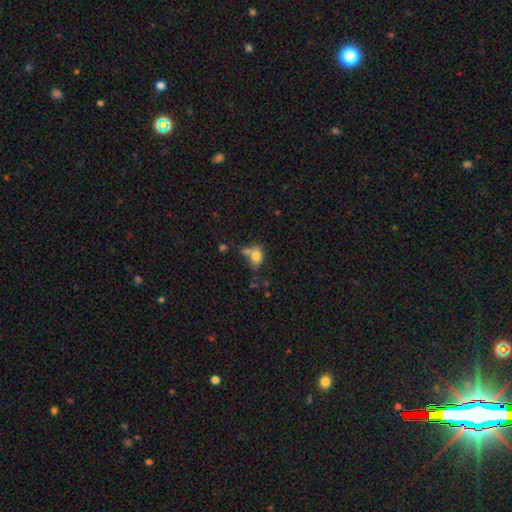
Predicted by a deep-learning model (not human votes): The model was most divided on "merging": none: 42%, merger: 28%, minor disturbance: 20%, major disturbance: 11%. More confident: smooth or featured — smooth (78%); how rounded — in between (68%).